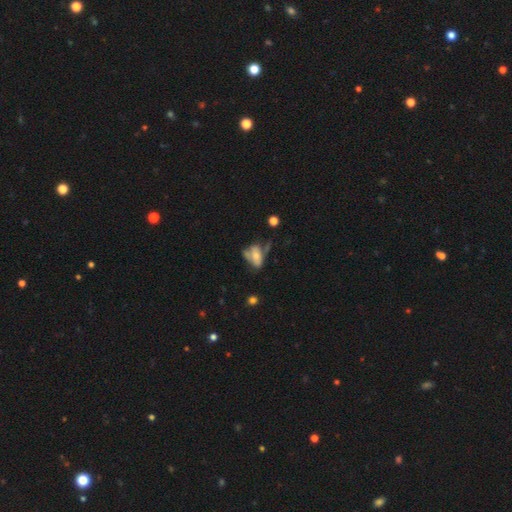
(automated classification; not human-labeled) smooth_or_featured: smooth (p=0.52) [alt: featured or disk p=0.38]
how_rounded: in between (p=0.84) [alt: round p=0.10]
merging: none (p=0.28) [alt: major disturbance p=0.27]